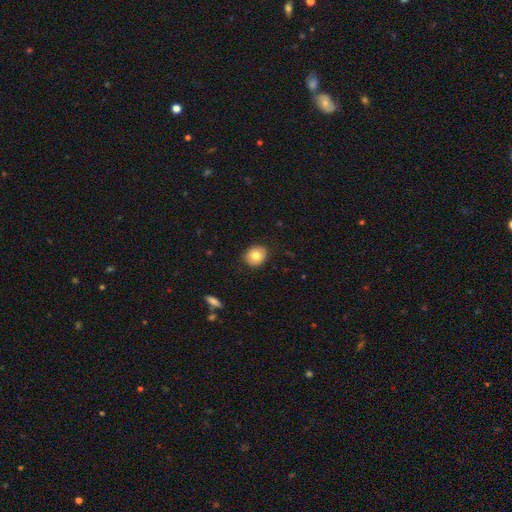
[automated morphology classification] A smooth galaxy with no disk features (79%) that is round (65%).

Vote fractions:
- Smooth or featured? smooth: 79% / featured or disk: 13% / star or artifact: 9%
- How rounded? round: 65% / in between: 34% / cigar-shaped: 1%
- Merging? none: 88% / minor disturbance: 9% / major disturbance: 2% / merger: 1%